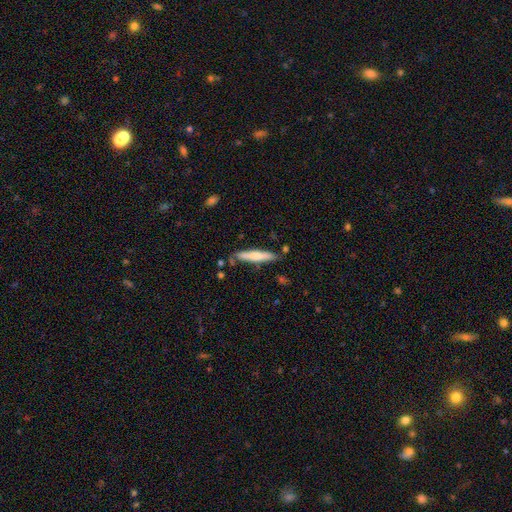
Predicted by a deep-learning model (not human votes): Smooth or featured?
  - smooth: 61% *
  - featured or disk: 34%
  - star or artifact: 5%
How rounded?
  - cigar-shaped: 90% *
  - in between: 9%
  - round: 1%
Merging?
  - none: 80% *
  - minor disturbance: 14%
  - merger: 4%
  - major disturbance: 3%